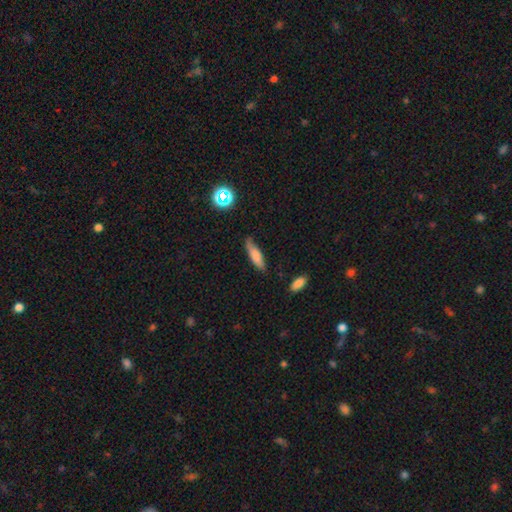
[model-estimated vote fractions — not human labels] Smooth or featured?
  - smooth: 76% *
  - featured or disk: 15%
  - star or artifact: 8%
How rounded?
  - cigar-shaped: 61% *
  - in between: 37%
  - round: 2%
Merging?
  - none: 65% *
  - minor disturbance: 26%
  - major disturbance: 6%
  - merger: 3%